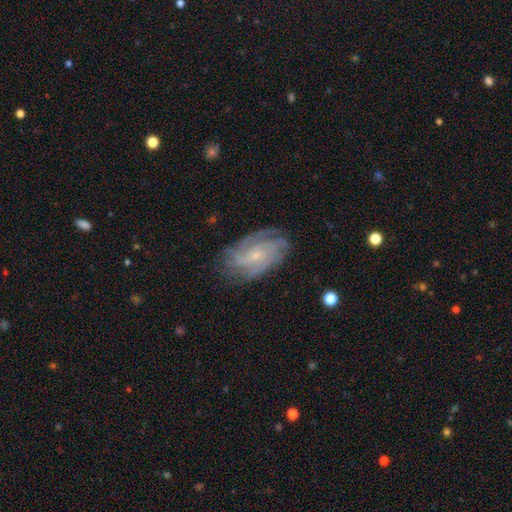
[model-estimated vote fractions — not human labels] smooth_or_featured: featured or disk (p=0.82) [alt: smooth p=0.11]
disk_edge_on: no (p=0.96) [alt: yes p=0.04]
bar: no (p=0.64) [alt: weak p=0.31]
has_spiral_arms: yes (p=0.96) [alt: no p=0.04]
spiral_winding: tight (p=0.58) [alt: medium p=0.33]
spiral_arm_count: can't tell (p=0.30) [alt: 3 p=0.21]
bulge_size: small (p=0.74) [alt: moderate p=0.20]
merging: none (p=0.76) [alt: minor disturbance p=0.17]